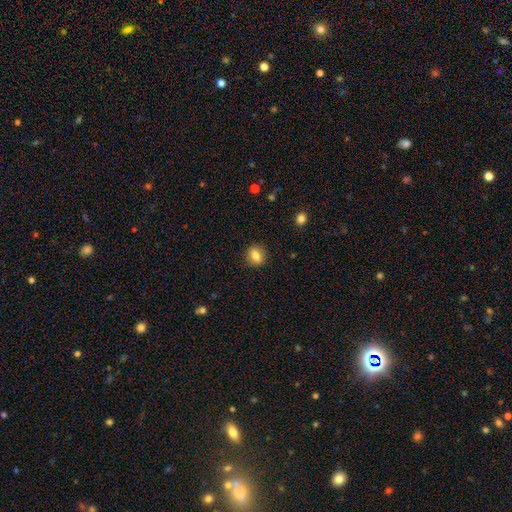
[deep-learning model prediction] This is likely a smooth galaxy (78%). How rounded: likely round (66%). Merging: clearly none (88%).